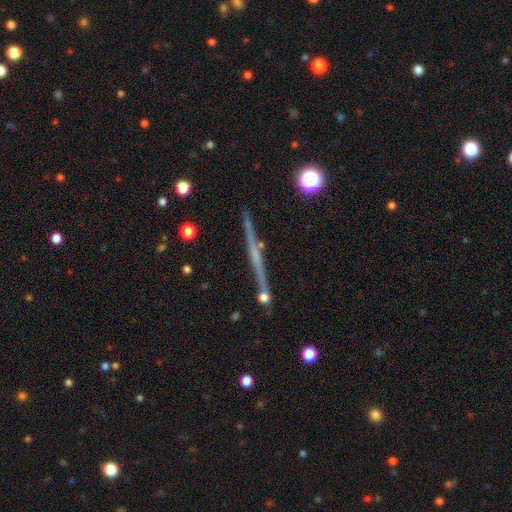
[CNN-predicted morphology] Smooth or featured?
  - featured or disk: 71% *
  - smooth: 21%
  - star or artifact: 8%
Edge-on disk?
  - yes: 98% *
  - no: 2%
Edge-on bulge?
  - none: 63% *
  - rounded: 29%
  - boxy: 9%
Merging?
  - none: 87% *
  - minor disturbance: 8%
  - merger: 4%
  - major disturbance: 2%